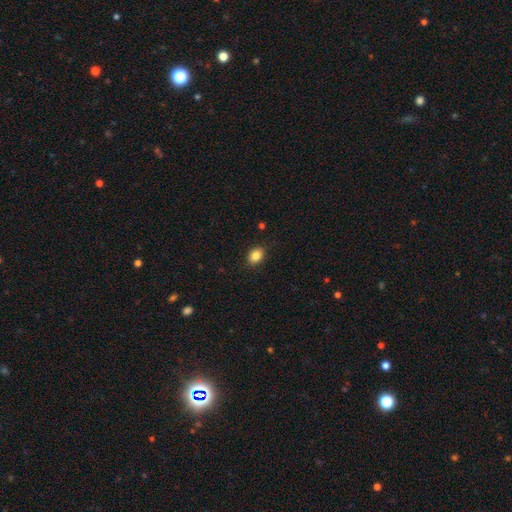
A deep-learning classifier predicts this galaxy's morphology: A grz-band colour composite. It shows a smooth galaxy with no disk features (86%) that is in between round and cigar-shaped (67%). Merging: none (87%).